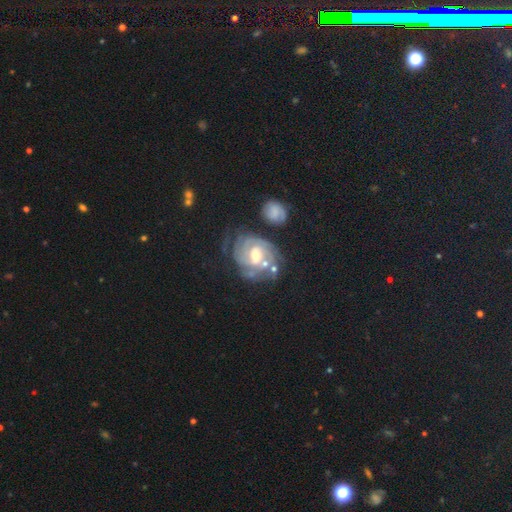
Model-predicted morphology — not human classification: Q: Smooth or featured?
A: featured or disk (83%); runner-up: smooth (10%)
Q: Edge-on disk?
A: no (97%); runner-up: yes (3%)
Q: Bar?
A: weak (47%); runner-up: no (39%)
Q: Spiral arms?
A: yes (93%); runner-up: no (7%)
Q: Spiral winding?
A: tight (68%); runner-up: medium (26%)
Q: Spiral arm count?
A: can't tell (37%); runner-up: 2 (25%)
Q: Bulge size?
A: moderate (66%); runner-up: small (25%)
Q: Merging?
A: none (52%); runner-up: minor disturbance (21%)